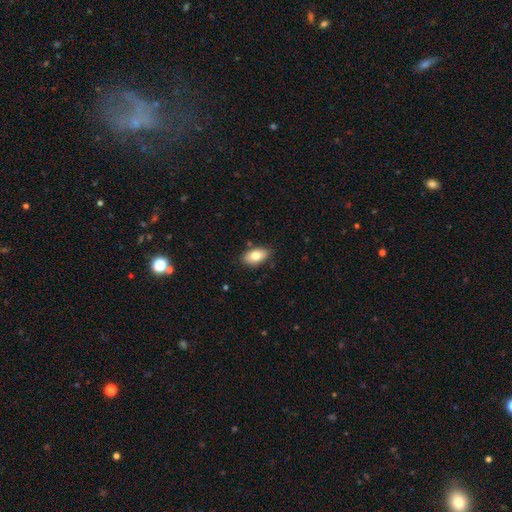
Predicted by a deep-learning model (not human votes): Smooth or featured?
  - smooth: 78% *
  - featured or disk: 14%
  - star or artifact: 7%
How rounded?
  - in between: 92% *
  - round: 6%
  - cigar-shaped: 2%
Merging?
  - none: 84% *
  - minor disturbance: 12%
  - major disturbance: 2%
  - merger: 2%